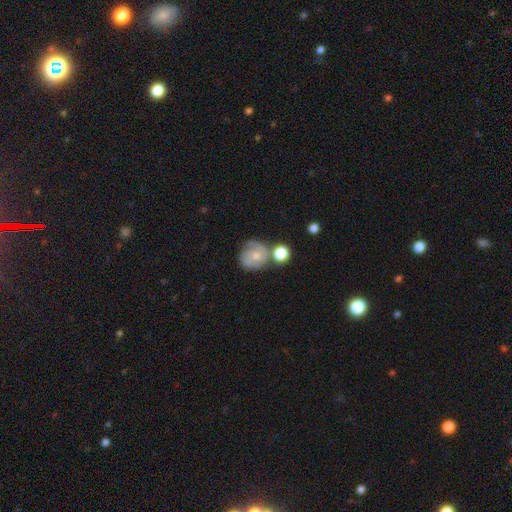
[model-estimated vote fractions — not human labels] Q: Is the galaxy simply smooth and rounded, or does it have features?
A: featured or disk — 52%.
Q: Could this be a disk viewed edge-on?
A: no — 97%.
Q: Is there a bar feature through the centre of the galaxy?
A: no — 75%.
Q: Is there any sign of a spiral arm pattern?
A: yes — 81%.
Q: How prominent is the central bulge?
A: moderate — 49%.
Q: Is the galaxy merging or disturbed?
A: none — 53%.